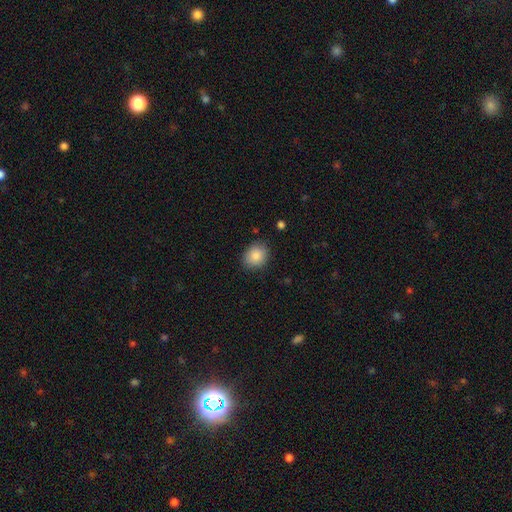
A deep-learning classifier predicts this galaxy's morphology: Q: Smooth or featured?
A: smooth (87%); runner-up: star or artifact (8%)
Q: How rounded?
A: round (56%); runner-up: in between (43%)
Q: Merging?
A: none (84%); runner-up: minor disturbance (11%)